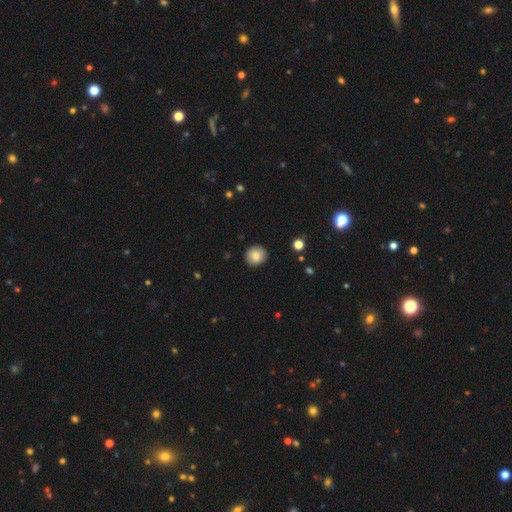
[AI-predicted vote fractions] smooth 81%, featured or disk 10%, star or artifact 9%. Down the decision tree: how rounded — round (88%); merging — none (89%).